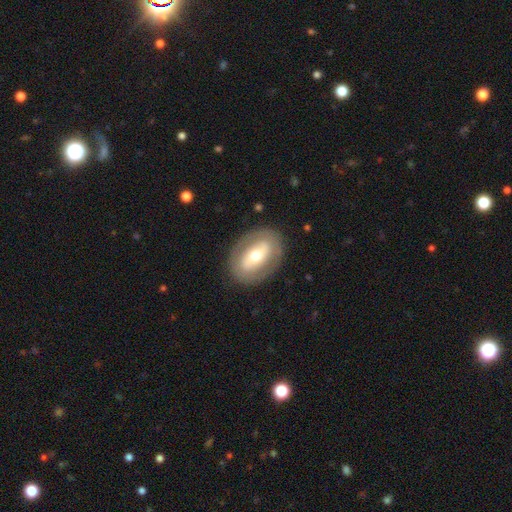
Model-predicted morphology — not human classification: smooth-or-featured: featured or disk: 56% | smooth: 38% | star or artifact: 6%
  disk-edge-on: no: 90% | yes: 10%
    bar: no: 37% | strong: 36% | weak: 27%
    has-spiral-arms: no: 76% | yes: 24%
    bulge-size: moderate: 60% | small: 27% | large: 10% | dominant: 2% | none: 1%
  merging: none: 84% | minor disturbance: 10% | major disturbance: 5% | merger: 1%